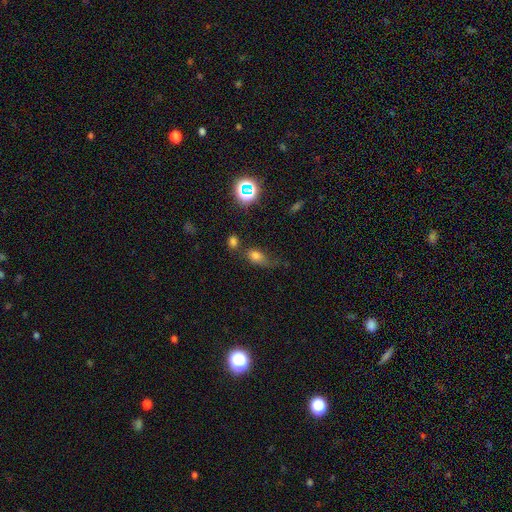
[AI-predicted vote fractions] This appears to be a smooth galaxy with no disk features (68%) that is in between round and cigar-shaped (74%). Merging: none (32%).